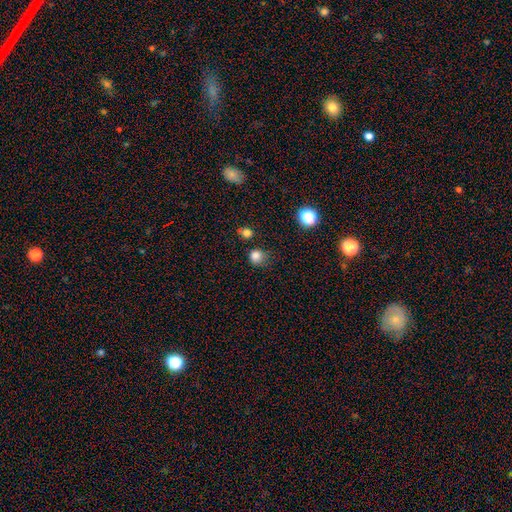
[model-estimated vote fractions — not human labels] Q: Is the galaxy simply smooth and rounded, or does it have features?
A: smooth — 81%.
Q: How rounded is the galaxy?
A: round — 83%.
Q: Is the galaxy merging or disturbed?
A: none — 64%.